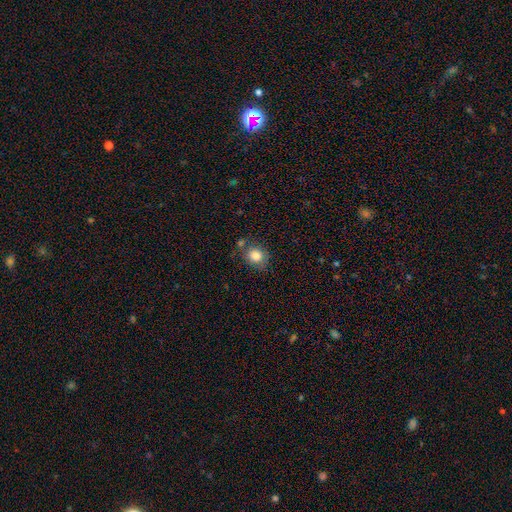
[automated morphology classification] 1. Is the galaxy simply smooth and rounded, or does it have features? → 83% smooth, 10% star or artifact, 7% featured or disk.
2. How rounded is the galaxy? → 72% round, 27% in between, 1% cigar-shaped.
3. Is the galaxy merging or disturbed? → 72% none, 14% minor disturbance, 9% merger, 4% major disturbance.